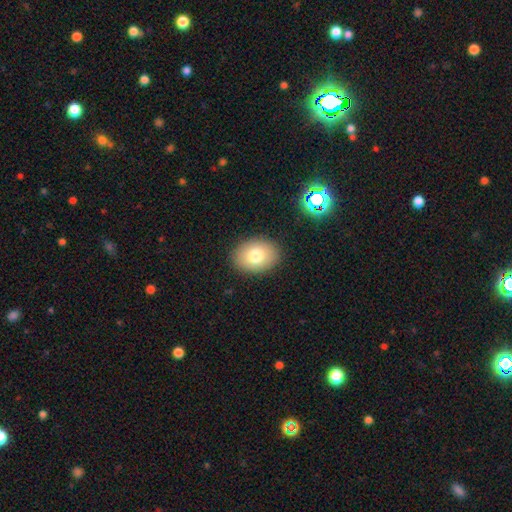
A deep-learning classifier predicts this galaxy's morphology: type=smooth (78%); roundness=in between (71%); merging=none (89%).